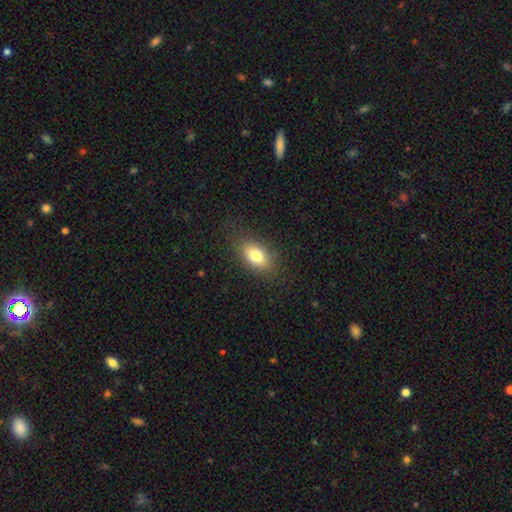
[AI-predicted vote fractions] Overall: smooth (77%). How rounded: in between (86%). Merging: none (83%).